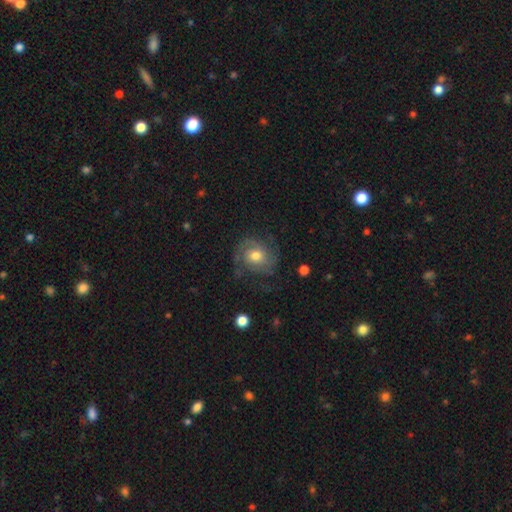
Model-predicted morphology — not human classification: Smooth or featured: featured or disk — 66% (smooth — 26%)
Edge-on disk: no — 97% (yes — 3%)
Bar: no — 71% (weak — 25%)
Spiral arms: yes — 88% (no — 12%)
Spiral winding: tight — 43% (medium — 40%)
Spiral arm count: 2 — 53% (can't tell — 22%)
Bulge size: moderate — 72% (small — 15%)
Merging: none — 64% (minor disturbance — 20%)